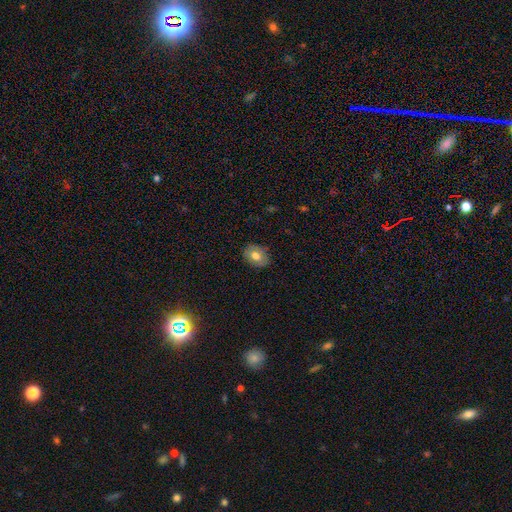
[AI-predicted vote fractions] This appears to be a smooth galaxy with no disk features (74%) that is in between round and cigar-shaped (66%). Merging: none (87%).